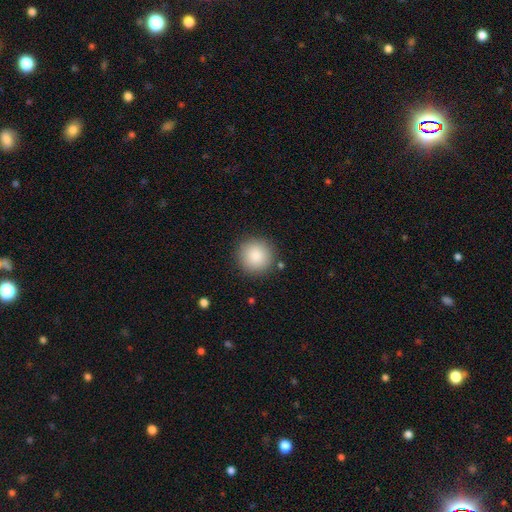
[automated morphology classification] type=smooth (88%); roundness=round (95%); merging=none (89%).